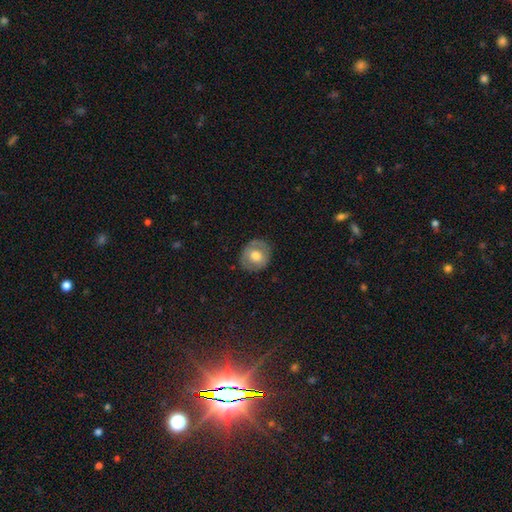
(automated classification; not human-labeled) This is possibly a smooth galaxy (56%). How rounded: clearly round (82%). Merging: clearly none (81%).